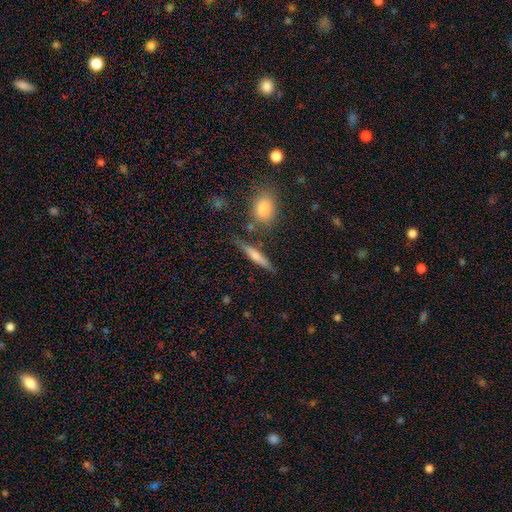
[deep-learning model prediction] Smooth or featured: smooth — 62% (featured or disk — 31%)
How rounded: cigar-shaped — 85% (in between — 11%)
Merging: none — 76% (minor disturbance — 14%)